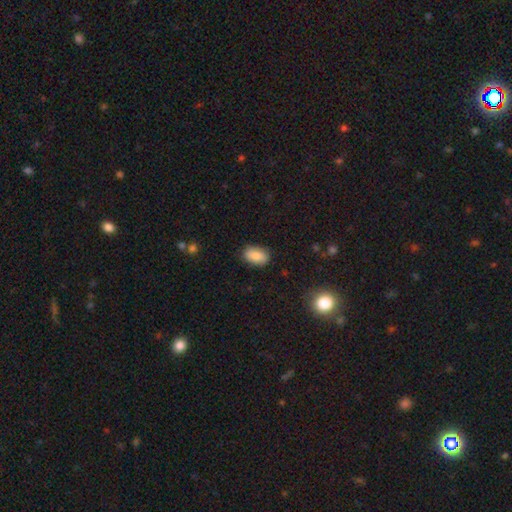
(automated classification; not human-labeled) Smooth or featured? Predicted: smooth (p=0.86). How rounded? Predicted: in between (p=0.91). Merging? Predicted: none (p=0.85).